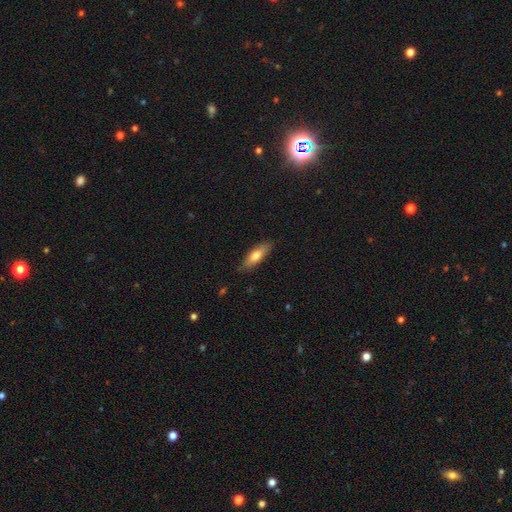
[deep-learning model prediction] smooth-or-featured: smooth: 70% | featured or disk: 24% | star or artifact: 6%
  how-rounded: in between: 53% | cigar-shaped: 45% | round: 2%
  merging: none: 84% | minor disturbance: 13% | major disturbance: 2% | merger: 1%